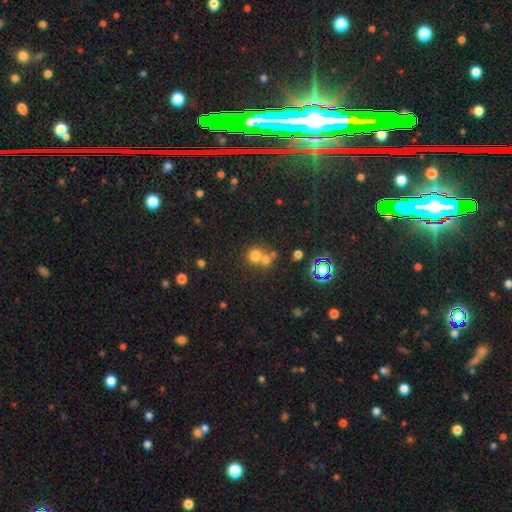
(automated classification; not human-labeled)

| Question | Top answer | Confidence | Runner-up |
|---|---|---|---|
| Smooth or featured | smooth | 69% | star or artifact (20%) |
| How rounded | round | 85% | in between (14%) |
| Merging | merger | 45% | tied: none (45%) |